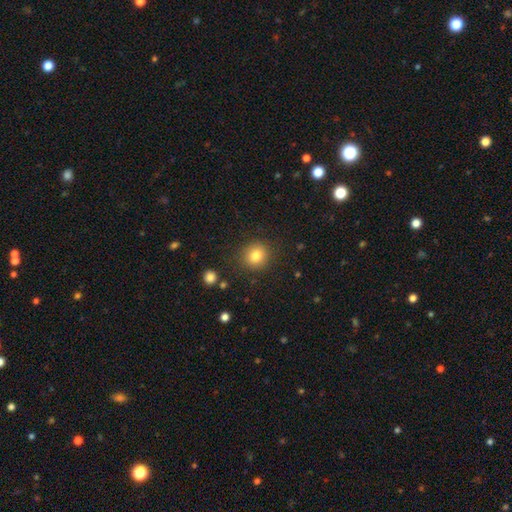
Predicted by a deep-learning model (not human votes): Smooth or featured? Predicted: smooth (p=0.82). How rounded? Predicted: round (p=0.89). Merging? Predicted: none (p=0.88).